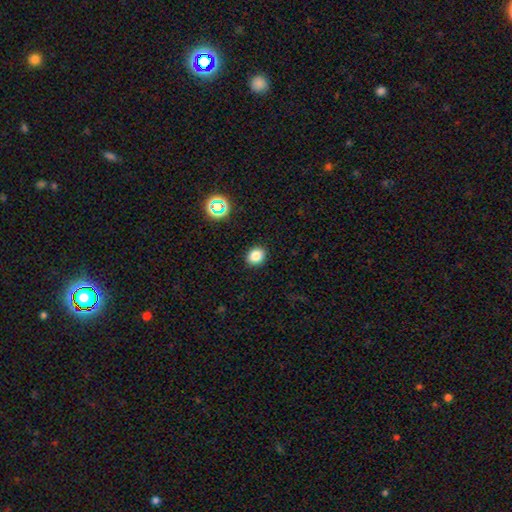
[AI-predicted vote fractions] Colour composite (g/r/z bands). It shows a smooth galaxy with no disk features (82%) that is round (58%). Merging: none (89%).